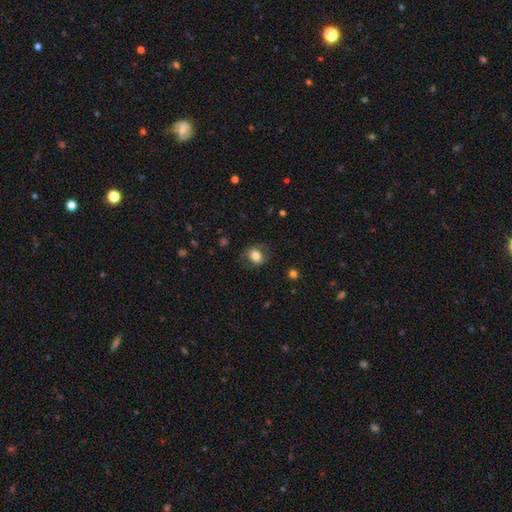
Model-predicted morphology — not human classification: Q: Smooth or featured?
A: smooth (77%); runner-up: featured or disk (14%)
Q: How rounded?
A: in between (53%); runner-up: round (45%)
Q: Merging?
A: none (73%); runner-up: minor disturbance (18%)